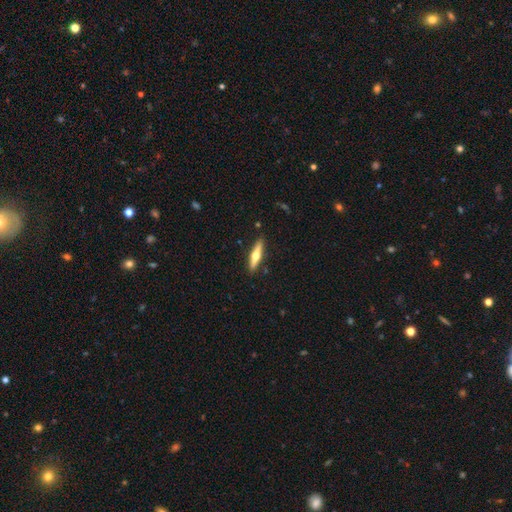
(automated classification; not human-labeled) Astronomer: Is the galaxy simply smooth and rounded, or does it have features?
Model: featured or disk — 56% (runner-up: smooth, 39%).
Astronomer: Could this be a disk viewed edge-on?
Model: yes — 94%.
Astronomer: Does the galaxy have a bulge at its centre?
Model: rounded — 94%.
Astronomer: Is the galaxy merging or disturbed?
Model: none — 89%.